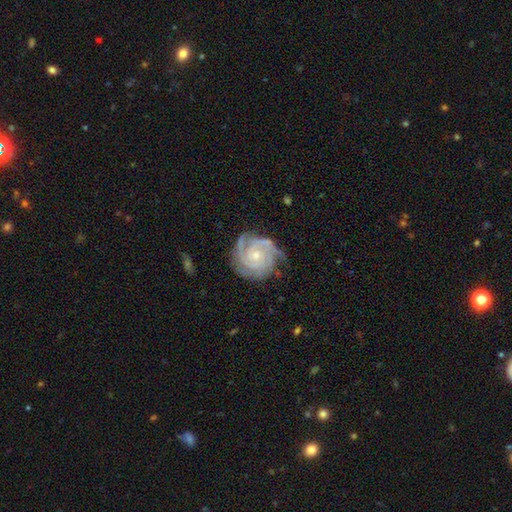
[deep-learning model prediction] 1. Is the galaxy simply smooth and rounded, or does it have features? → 91% featured or disk, 5% star or artifact, 5% smooth.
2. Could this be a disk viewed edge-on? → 98% no, 2% yes.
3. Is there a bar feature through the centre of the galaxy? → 76% no, 20% weak, 5% strong.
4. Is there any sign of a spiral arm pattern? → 98% yes, 2% no.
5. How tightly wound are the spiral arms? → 75% tight, 23% medium, 3% loose.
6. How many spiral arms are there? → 45% 3, 17% 2, 17% 4, 11% can't tell, 5% more than 4, 5% 1.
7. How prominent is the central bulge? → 70% small, 26% moderate, 2% none, 1% large, 1% dominant.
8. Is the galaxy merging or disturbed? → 74% none, 19% minor disturbance, 6% major disturbance, 2% merger.